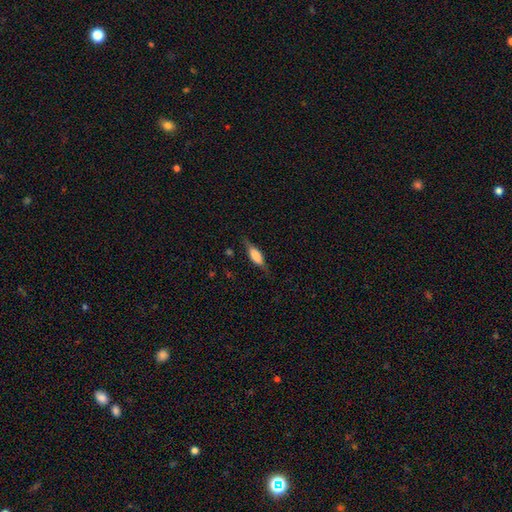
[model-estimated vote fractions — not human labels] smooth 57%, featured or disk 35%, star or artifact 7%. Down the decision tree: how rounded — in between (58%); merging — none (74%).